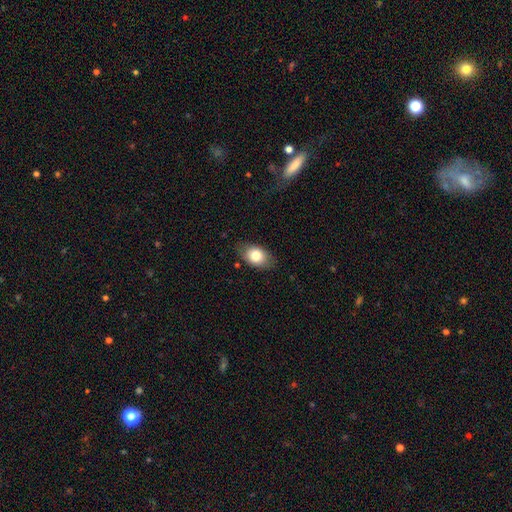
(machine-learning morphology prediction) This is likely a smooth galaxy (79%). How rounded: clearly in between (82%). Merging: clearly none (81%).